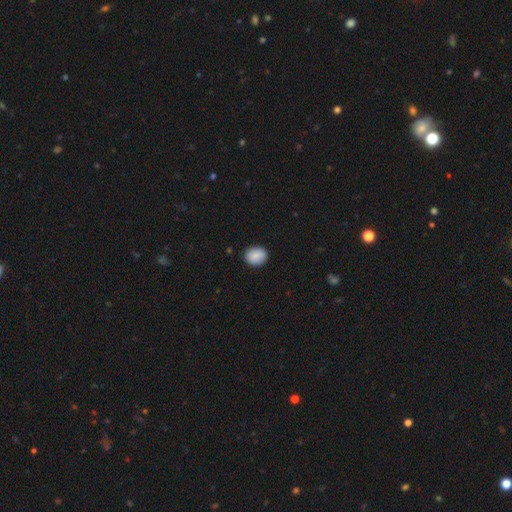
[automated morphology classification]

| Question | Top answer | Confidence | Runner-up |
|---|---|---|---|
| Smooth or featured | smooth | 88% | star or artifact (7%) |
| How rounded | round | 64% | in between (35%) |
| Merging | none | 88% | minor disturbance (9%) |